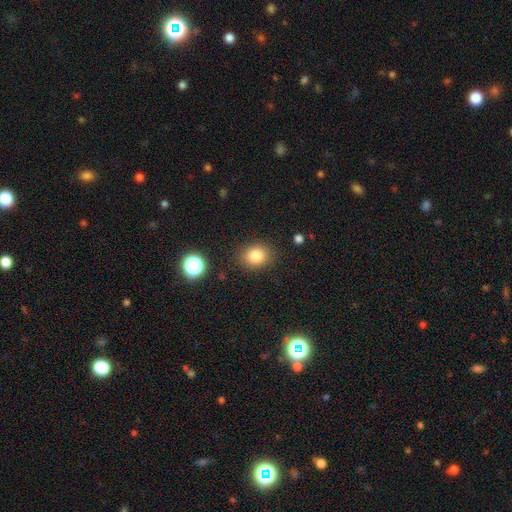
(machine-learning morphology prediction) Smooth or featured?
  - smooth: 82% *
  - star or artifact: 12%
  - featured or disk: 6%
How rounded?
  - round: 59% *
  - in between: 40%
  - cigar-shaped: 1%
Merging?
  - none: 86% *
  - minor disturbance: 10%
  - major disturbance: 3%
  - merger: 2%